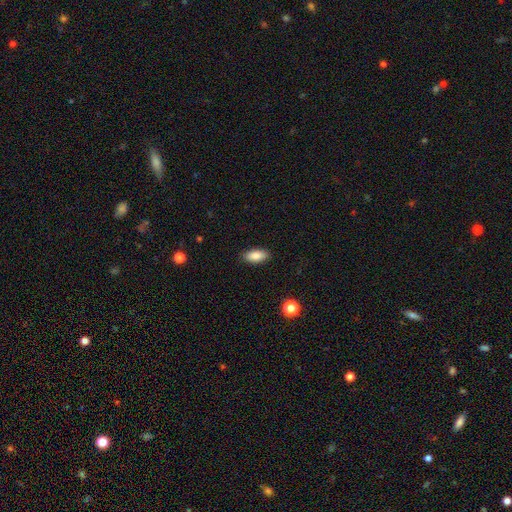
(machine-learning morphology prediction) smooth 87%, star or artifact 7%, featured or disk 6%. Down the decision tree: how rounded — in between (87%); merging — none (88%).